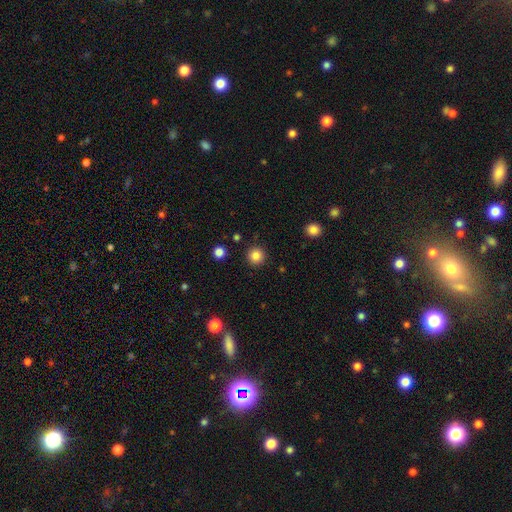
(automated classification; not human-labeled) Smooth or featured? Predicted: smooth (p=0.85). How rounded? Predicted: round (p=0.96). Merging? Predicted: none (p=0.92).